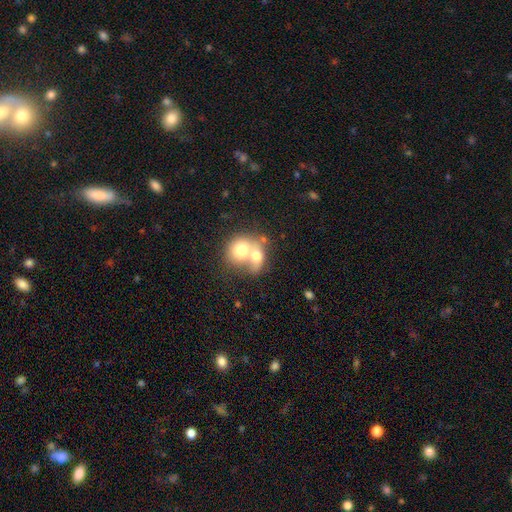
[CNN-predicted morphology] A smooth galaxy with no disk features (68%) that is round (58%).

Vote fractions:
- Smooth or featured? smooth: 68% / featured or disk: 24% / star or artifact: 8%
- How rounded? round: 58% / in between: 41% / cigar-shaped: 1%
- Merging? merger: 75% / none: 15% / minor disturbance: 5% / major disturbance: 4%